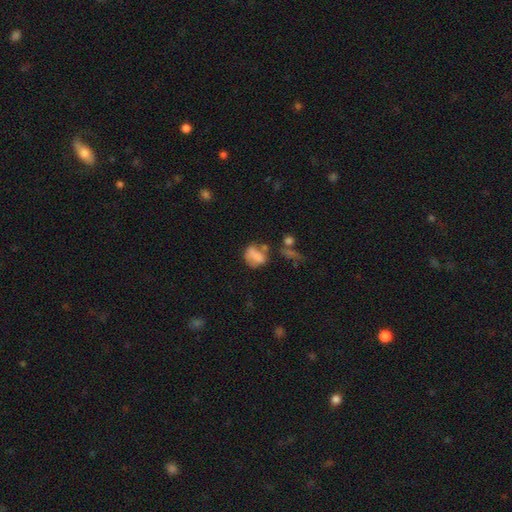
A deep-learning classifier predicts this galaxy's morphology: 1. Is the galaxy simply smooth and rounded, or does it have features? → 66% smooth, 22% featured or disk, 12% star or artifact.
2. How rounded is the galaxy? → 59% in between, 39% round, 3% cigar-shaped.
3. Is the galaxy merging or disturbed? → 39% none, 25% minor disturbance, 19% major disturbance, 17% merger.